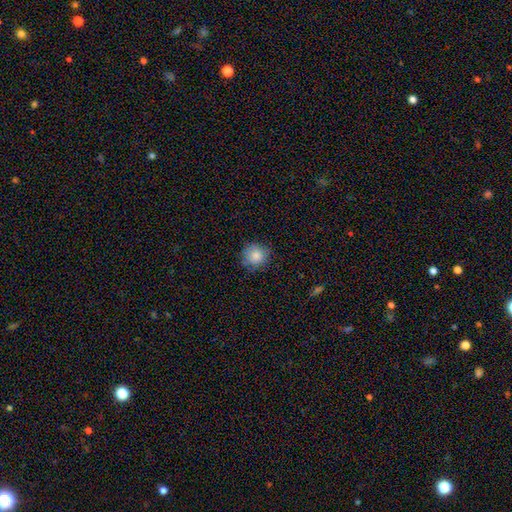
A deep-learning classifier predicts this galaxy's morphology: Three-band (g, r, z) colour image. It shows a smooth galaxy with no disk features (83%) that is round (91%). Merging: none (77%).